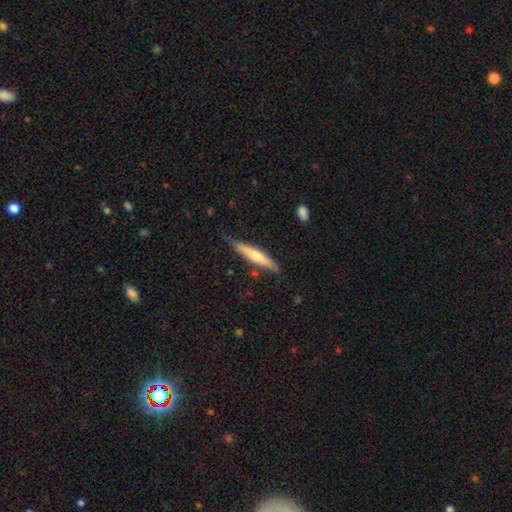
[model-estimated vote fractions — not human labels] Smooth or featured? featured or disk (48%)
Merging? none (76%)